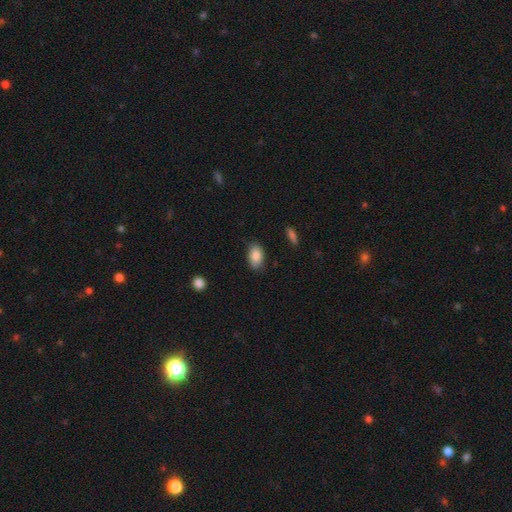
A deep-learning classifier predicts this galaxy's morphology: smooth 85%, featured or disk 8%, star or artifact 7%. Down the decision tree: how rounded — in between (92%); merging — none (82%).